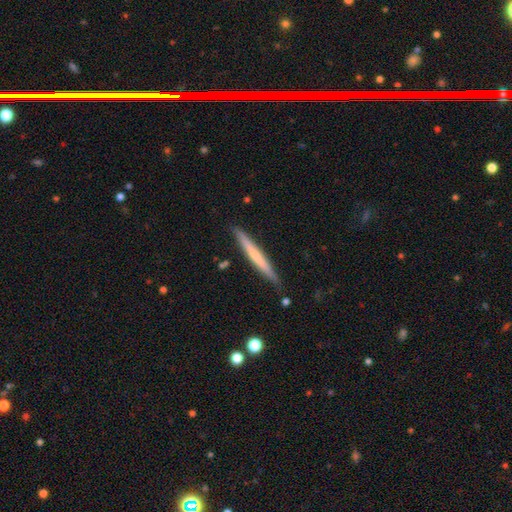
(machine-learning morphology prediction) Smooth or featured: smooth — 55% (featured or disk — 40%)
How rounded: cigar-shaped — 97% (in between — 2%)
Merging: none — 88% (minor disturbance — 9%)